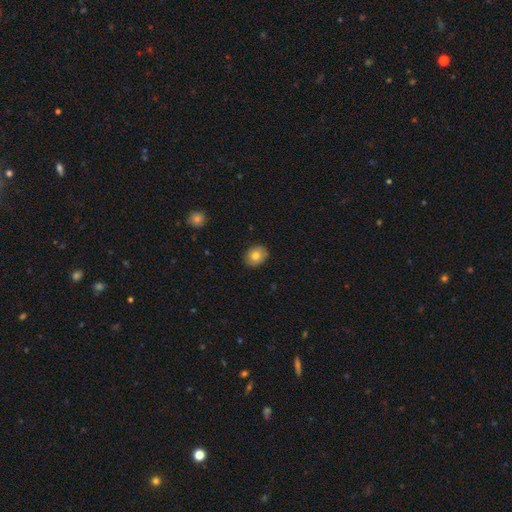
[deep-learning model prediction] Smooth or featured: smooth — 79% (featured or disk — 13%)
How rounded: round — 57% (in between — 42%)
Merging: none — 88% (minor disturbance — 9%)